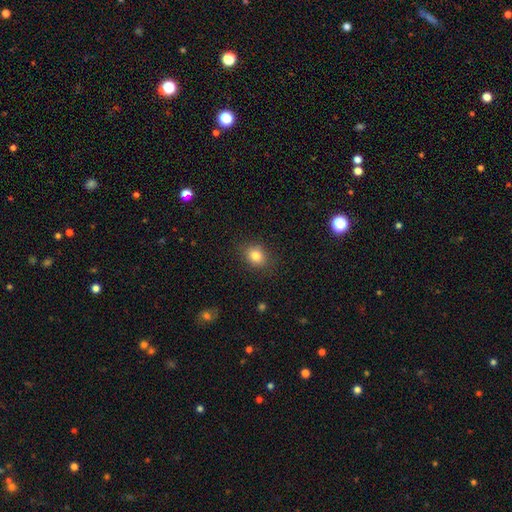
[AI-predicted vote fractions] A smooth galaxy with no disk features (82%) that is in between round and cigar-shaped (50%). Merging: none (84%).